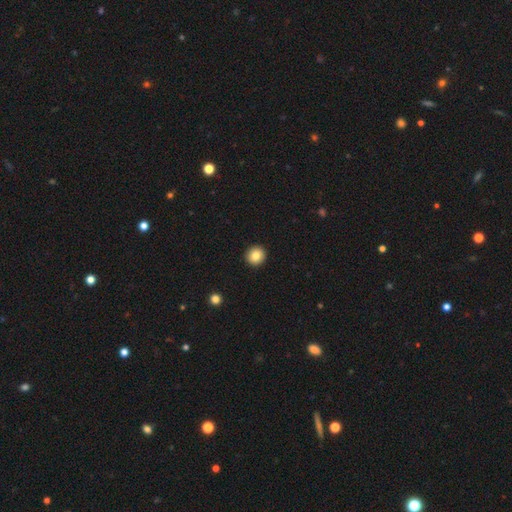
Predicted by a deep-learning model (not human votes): This is clearly a smooth galaxy (84%). How rounded: clearly round (93%). Merging: clearly none (93%).